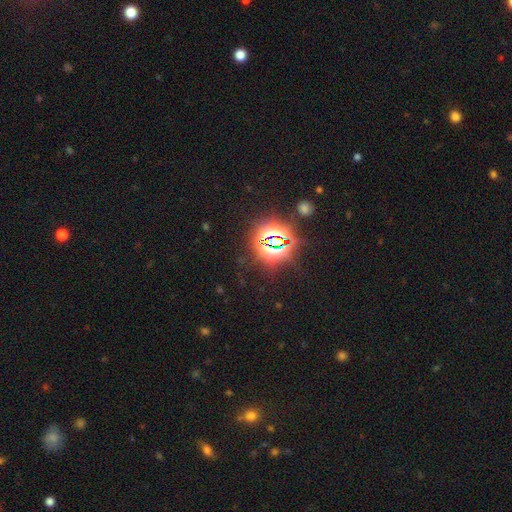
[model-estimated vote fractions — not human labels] star or artifact 82%, smooth 12%, featured or disk 6%.